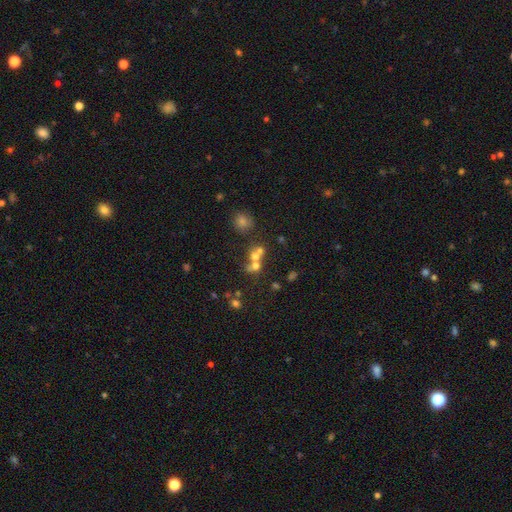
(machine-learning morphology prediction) The model was most divided on "merging": merger: 56%, none: 32%, minor disturbance: 7%, major disturbance: 6%. More confident: how rounded — round (76%); smooth or featured — smooth (59%).